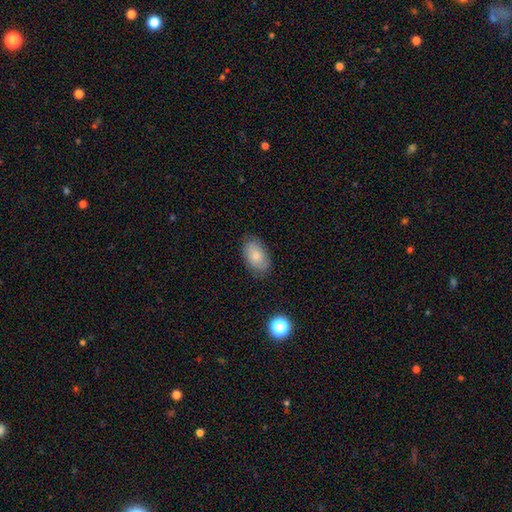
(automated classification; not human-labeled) Morphology: type=smooth (78%); roundness=in between (92%); merging=none (82%).